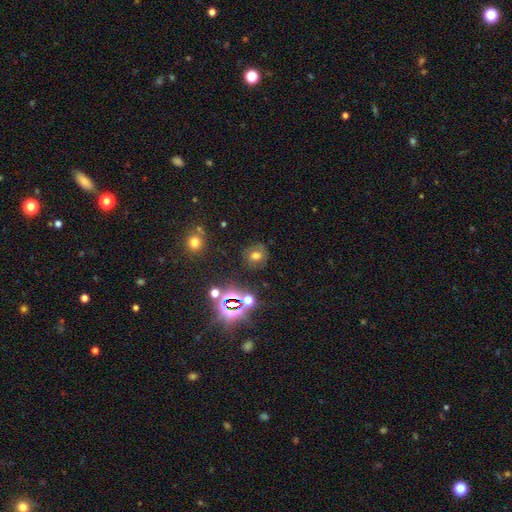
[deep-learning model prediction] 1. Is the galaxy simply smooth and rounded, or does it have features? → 59% smooth, 25% star or artifact, 16% featured or disk.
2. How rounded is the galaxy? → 69% round, 30% in between, 1% cigar-shaped.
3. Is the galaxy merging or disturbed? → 77% none, 14% minor disturbance, 6% major disturbance, 3% merger.